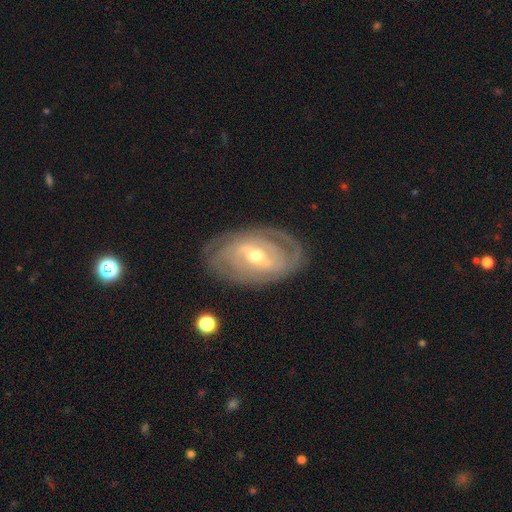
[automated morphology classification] smooth_or_featured: featured or disk (p=0.85) [alt: smooth p=0.10]
disk_edge_on: no (p=0.94) [alt: yes p=0.06]
bar: weak (p=0.42) [alt: strong p=0.41]
has_spiral_arms: yes (p=0.90) [alt: no p=0.10]
spiral_winding: tight (p=0.68) [alt: medium p=0.25]
spiral_arm_count: 2 (p=0.37) [alt: can't tell p=0.33]
bulge_size: moderate (p=0.63) [alt: small p=0.32]
merging: none (p=0.79) [alt: minor disturbance p=0.14]